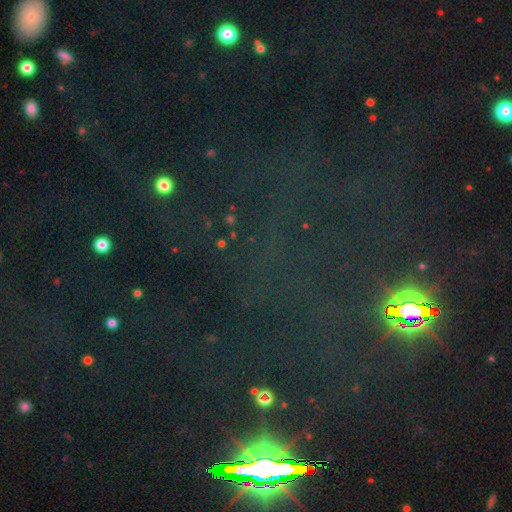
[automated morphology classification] Overall: star or artifact (79%).